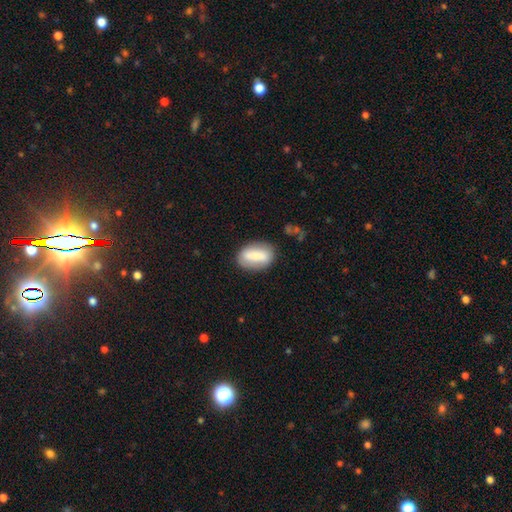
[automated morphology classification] A smooth galaxy with no disk features (66%) that is in between round and cigar-shaped (86%). Merging: none (78%).